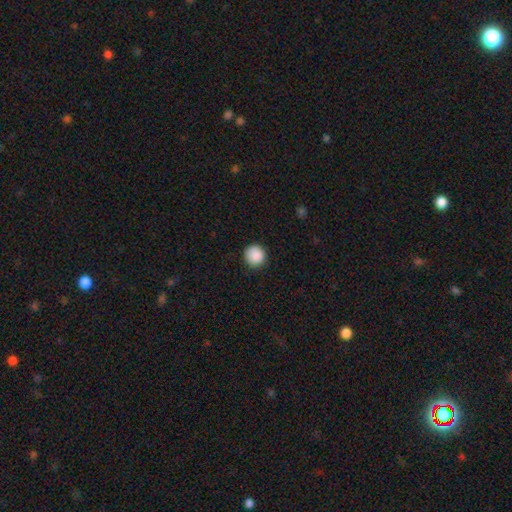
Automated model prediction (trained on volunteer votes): The model was most divided on "smooth or featured": smooth: 89%, star or artifact: 8%, featured or disk: 3%. More confident: how rounded — round (95%); merging — none (90%).